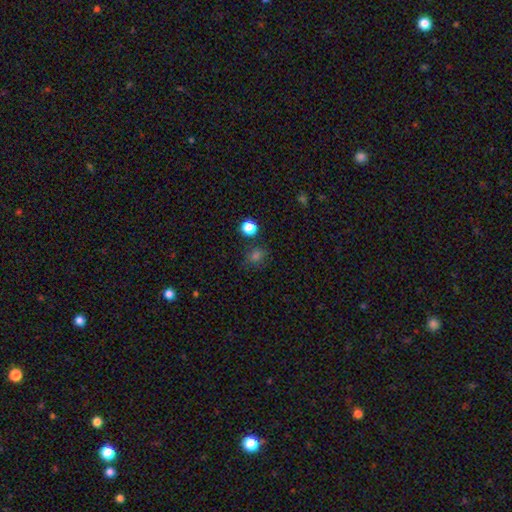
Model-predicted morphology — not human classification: type=smooth (70%); roundness=round (72%); merging=none (78%).